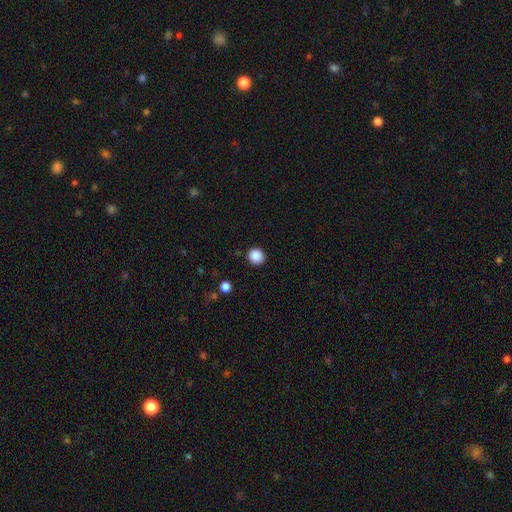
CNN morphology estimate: The model was most divided on "smooth or featured": smooth: 88%, star or artifact: 10%, featured or disk: 2%. More confident: how rounded — round (93%); merging — none (91%).